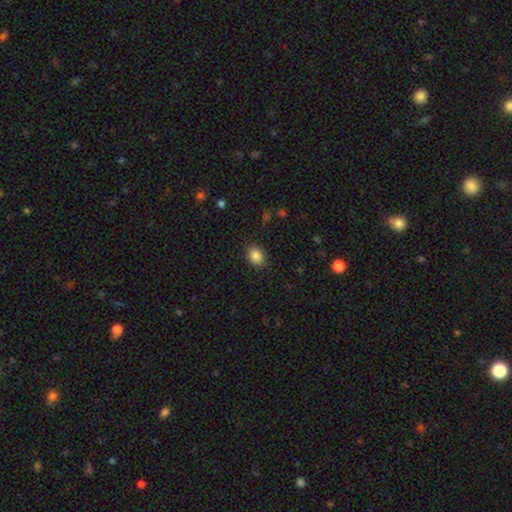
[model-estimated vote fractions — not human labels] Smooth or featured?
  - smooth: 86% *
  - star or artifact: 9%
  - featured or disk: 4%
How rounded?
  - in between: 59% *
  - round: 40%
  - cigar-shaped: 1%
Merging?
  - none: 86% *
  - minor disturbance: 10%
  - major disturbance: 3%
  - merger: 1%